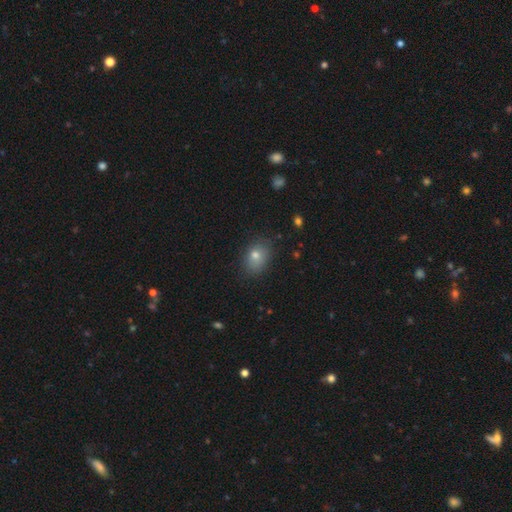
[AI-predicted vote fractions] Q: Smooth or featured?
A: smooth (76%); runner-up: star or artifact (13%)
Q: How rounded?
A: in between (67%); runner-up: round (32%)
Q: Merging?
A: none (82%); runner-up: minor disturbance (13%)